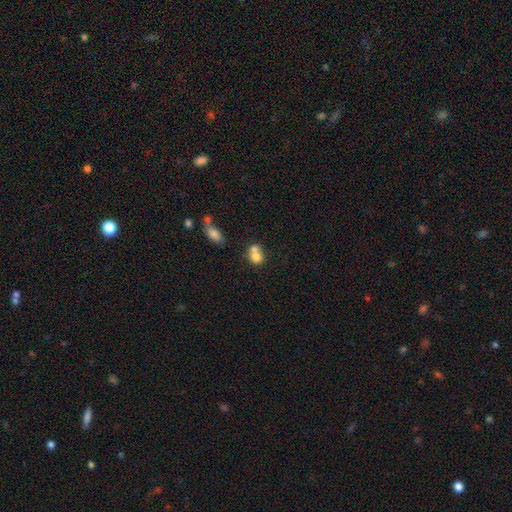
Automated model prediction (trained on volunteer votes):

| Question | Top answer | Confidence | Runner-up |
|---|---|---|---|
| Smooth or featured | smooth | 74% | featured or disk (16%) |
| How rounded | round | 68% | in between (31%) |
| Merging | merger | 59% | none (29%) |